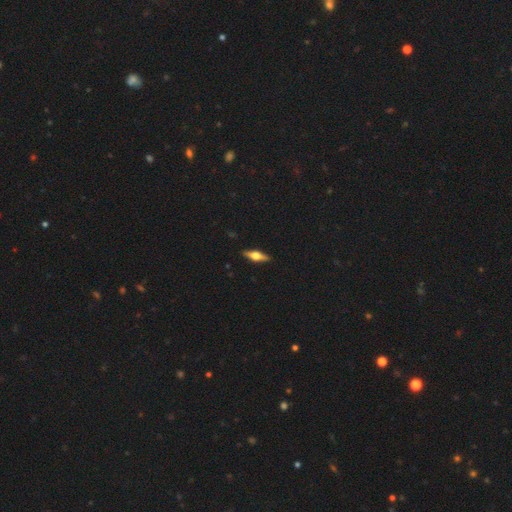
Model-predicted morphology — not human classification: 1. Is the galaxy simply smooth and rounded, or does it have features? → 64% featured or disk, 30% smooth, 6% star or artifact.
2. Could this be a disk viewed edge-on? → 95% yes, 5% no.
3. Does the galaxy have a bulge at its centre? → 94% rounded, 4% boxy, 2% none.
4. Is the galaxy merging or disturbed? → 90% none, 7% minor disturbance, 1% major disturbance, 1% merger.